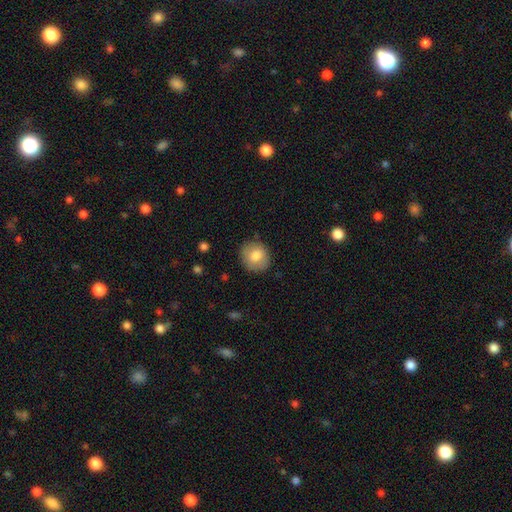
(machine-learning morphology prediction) type=smooth (78%); roundness=round (79%); merging=none (83%).